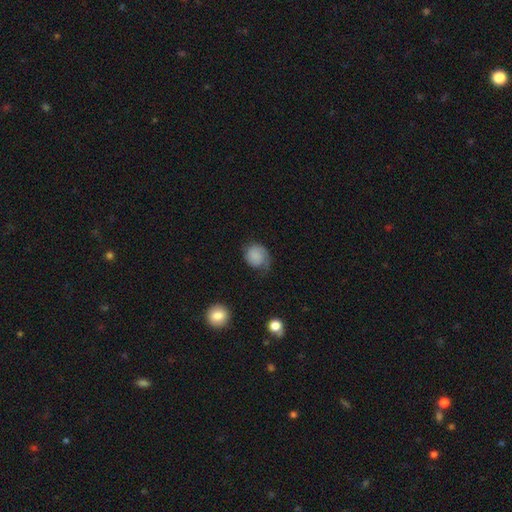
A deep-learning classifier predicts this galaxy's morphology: Smooth or featured? Predicted: smooth (p=0.70). How rounded? Predicted: round (p=0.69). Merging? Predicted: none (p=0.44).